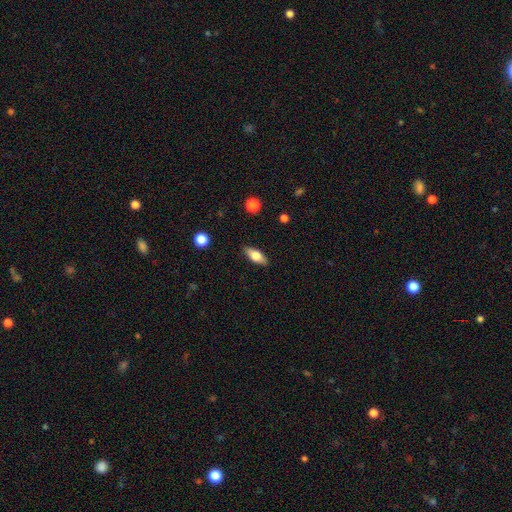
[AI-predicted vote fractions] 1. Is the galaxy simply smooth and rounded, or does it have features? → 64% smooth, 30% featured or disk, 7% star or artifact.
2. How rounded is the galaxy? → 76% in between, 20% cigar-shaped, 4% round.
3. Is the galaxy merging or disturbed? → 87% none, 10% minor disturbance, 2% major disturbance, 1% merger.